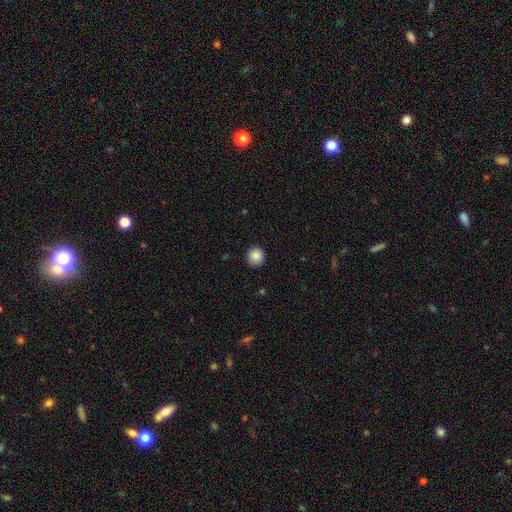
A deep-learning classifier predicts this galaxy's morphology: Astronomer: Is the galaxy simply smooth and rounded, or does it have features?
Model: smooth — 87%.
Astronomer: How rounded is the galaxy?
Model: round — 91%.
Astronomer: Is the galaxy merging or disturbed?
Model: none — 91%.